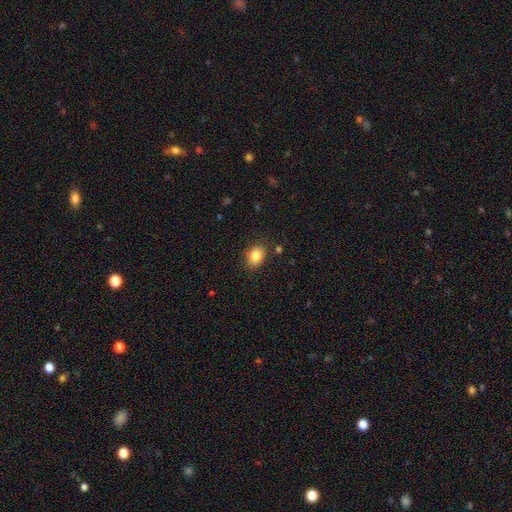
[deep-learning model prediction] Overall: smooth (84%). How rounded: in between (68%; round 31%). Merging: none (85%).